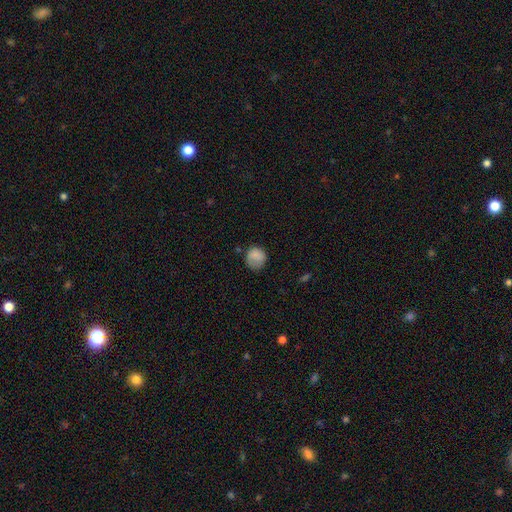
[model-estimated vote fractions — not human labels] smooth 82%, featured or disk 9%, star or artifact 9%. Down the decision tree: how rounded — round (76%); merging — none (59%).